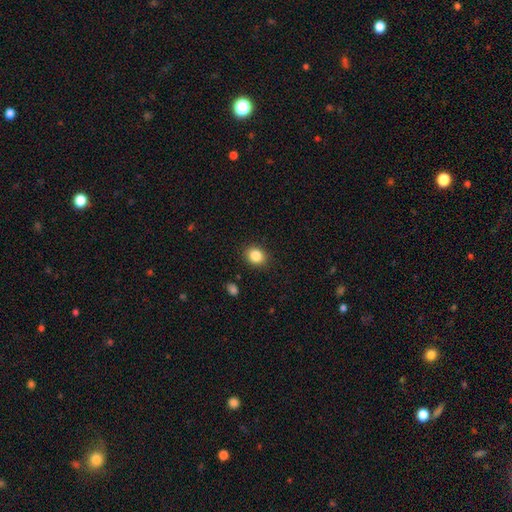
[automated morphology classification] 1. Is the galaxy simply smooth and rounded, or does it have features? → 85% smooth, 10% star or artifact, 5% featured or disk.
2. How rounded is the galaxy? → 61% round, 38% in between, 1% cigar-shaped.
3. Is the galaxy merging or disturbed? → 89% none, 8% minor disturbance, 2% major disturbance, 1% merger.